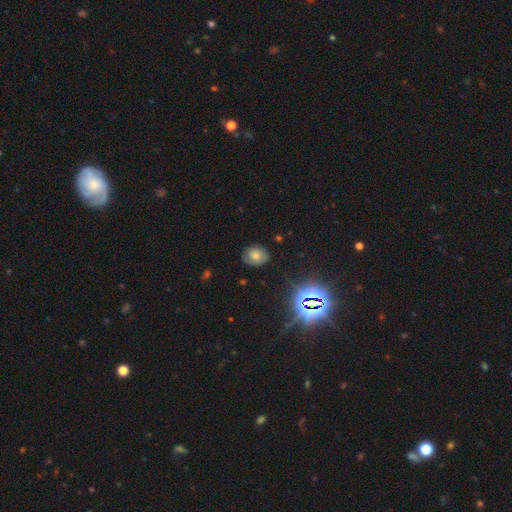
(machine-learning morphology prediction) smooth-or-featured: smooth: 67% | star or artifact: 18% | featured or disk: 14%
  how-rounded: round: 57% | in between: 42% | cigar-shaped: 1%
  merging: none: 80% | minor disturbance: 16% | major disturbance: 3% | merger: 1%